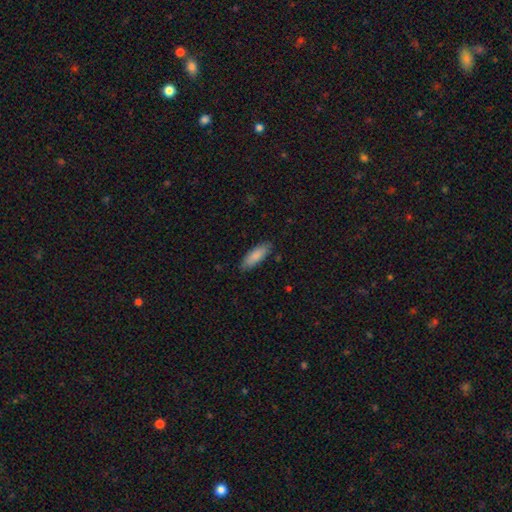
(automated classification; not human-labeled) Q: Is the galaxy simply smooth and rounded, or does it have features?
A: smooth — 87%.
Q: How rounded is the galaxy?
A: in between — 63%.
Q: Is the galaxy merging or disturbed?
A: none — 85%.